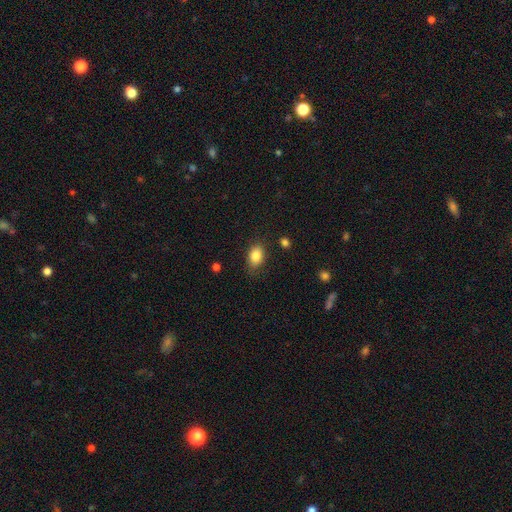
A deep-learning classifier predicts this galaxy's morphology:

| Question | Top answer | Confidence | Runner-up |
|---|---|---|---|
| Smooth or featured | smooth | 84% | star or artifact (9%) |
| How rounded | in between | 81% | round (18%) |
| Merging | none | 80% | minor disturbance (15%) |